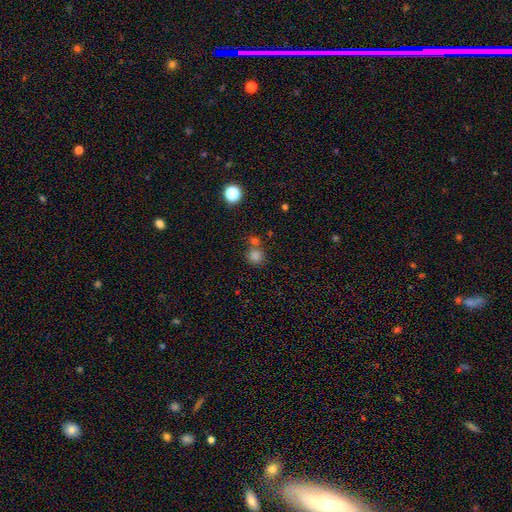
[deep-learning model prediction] This is likely a smooth galaxy (79%). How rounded: clearly round (89%). Merging: likely none (60%).